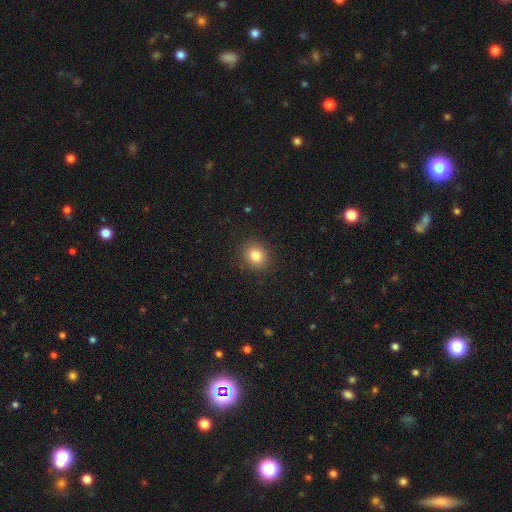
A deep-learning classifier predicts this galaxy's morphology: smooth_or_featured: smooth (p=0.82) [alt: star or artifact p=0.12]
how_rounded: round (p=0.81) [alt: in between p=0.18]
merging: none (p=0.90) [alt: minor disturbance p=0.07]